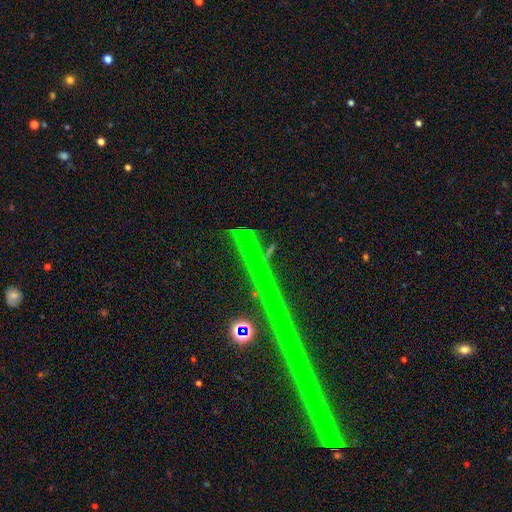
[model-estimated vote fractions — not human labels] star or artifact 64%, featured or disk 25%, smooth 12%.